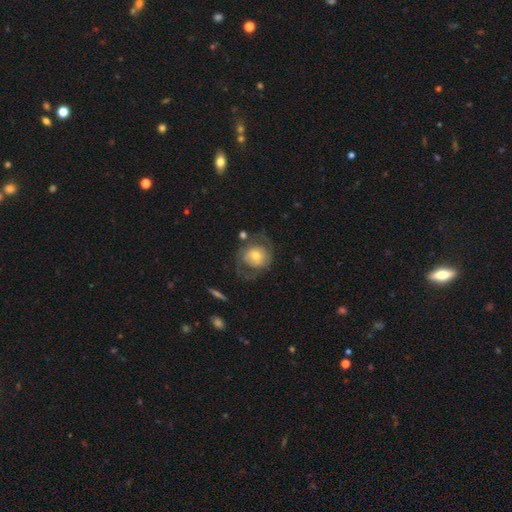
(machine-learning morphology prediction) Smooth or featured? featured or disk (52%)
Edge-on disk? no (96%)
Bar? no (76%)
Spiral arms? yes (62%)
Bulge size? moderate (62%)
Merging? none (53%)